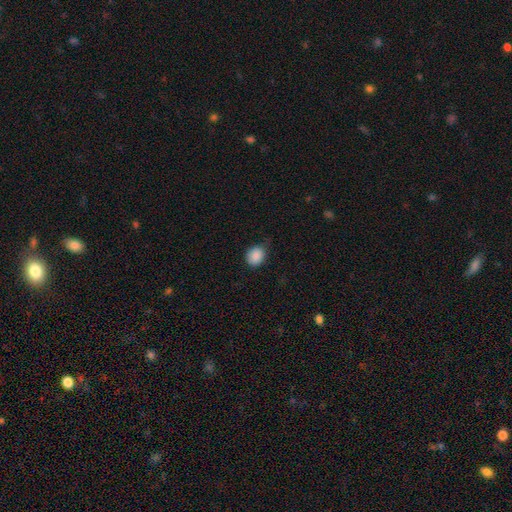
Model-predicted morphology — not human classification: A smooth galaxy with no disk features (89%) that is round (52%).

Vote fractions:
- Smooth or featured? smooth: 89% / star or artifact: 8% / featured or disk: 3%
- How rounded? round: 52% / in between: 47% / cigar-shaped: 1%
- Merging? none: 69% / minor disturbance: 25% / major disturbance: 5% / merger: 1%